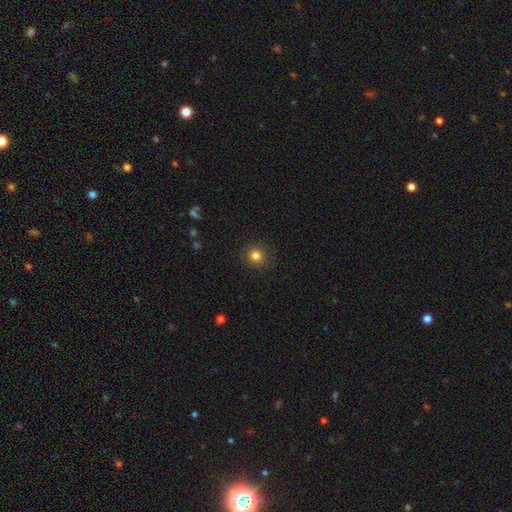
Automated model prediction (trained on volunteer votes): A smooth galaxy with no disk features (82%) that is round (91%). Merging: none (90%).